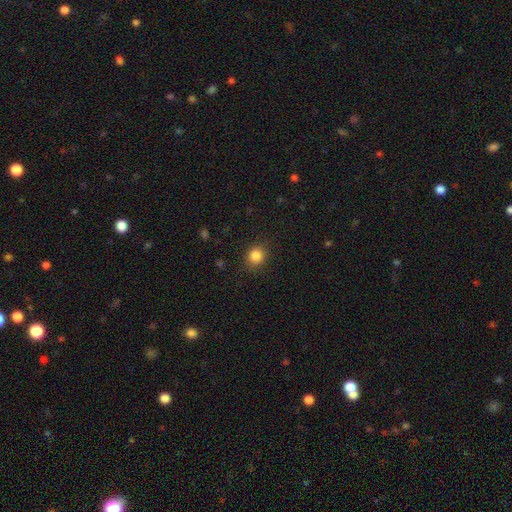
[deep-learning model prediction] Smooth or featured: smooth — 85% (star or artifact — 11%)
How rounded: round — 81% (in between — 18%)
Merging: none — 87% (minor disturbance — 9%)